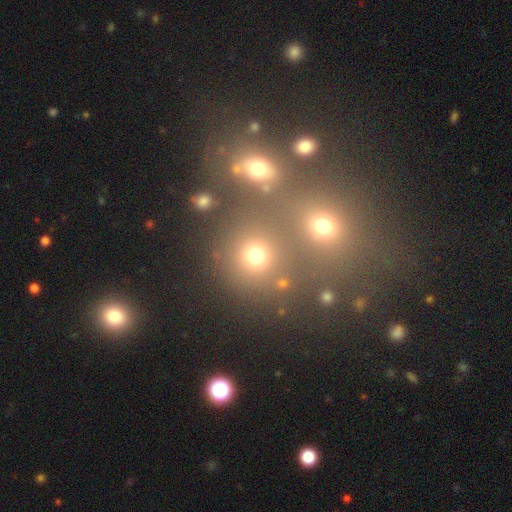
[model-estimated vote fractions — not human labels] Morphology: type=smooth (70%); roundness=round (89%); merging=none (68%).